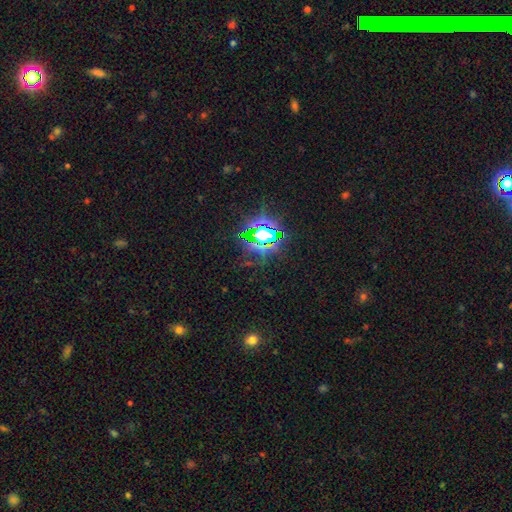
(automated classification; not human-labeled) smooth_or_featured: star or artifact (p=0.80) [alt: smooth p=0.13]